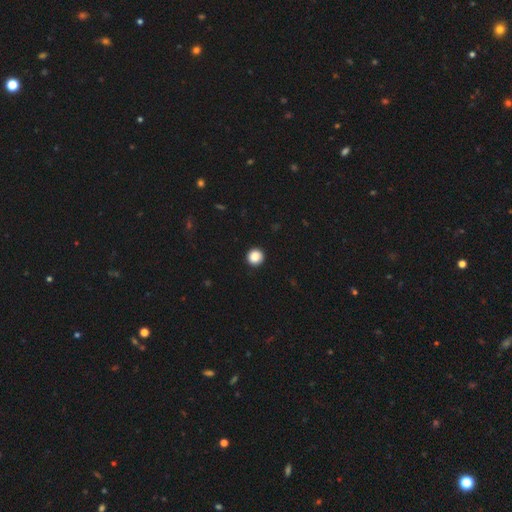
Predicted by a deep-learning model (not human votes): This appears to be a smooth galaxy with no disk features (88%) that is round (95%). Merging: none (94%).